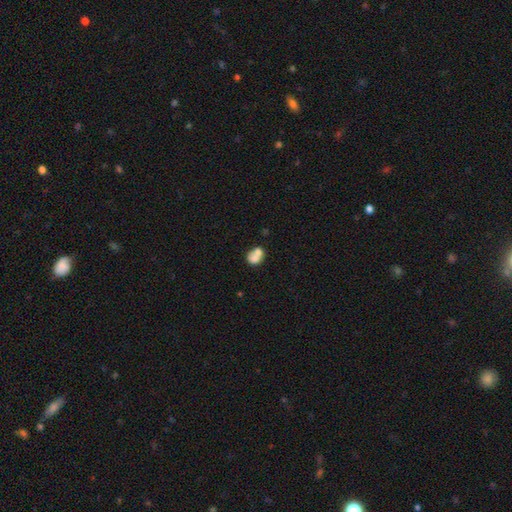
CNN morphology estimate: Smooth or featured? smooth (72%)
How rounded? round (51%)
Merging? merger (55%)